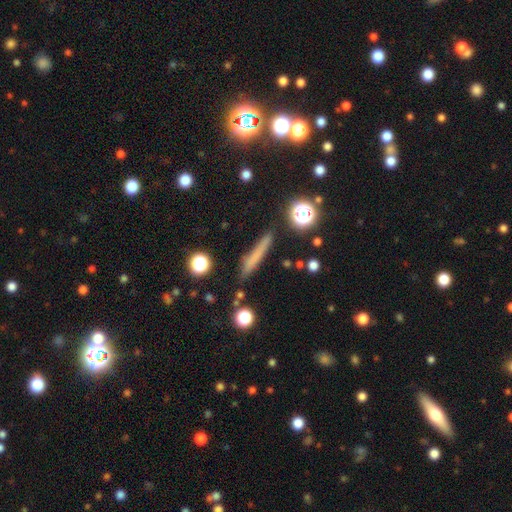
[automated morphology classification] Smooth or featured? smooth (64%)
How rounded? cigar-shaped (91%)
Merging? none (80%)